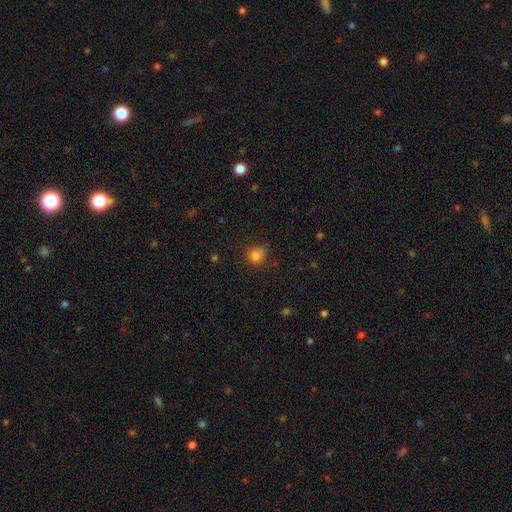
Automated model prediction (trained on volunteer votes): Smooth or featured? smooth (80%)
How rounded? round (69%)
Merging? none (66%)